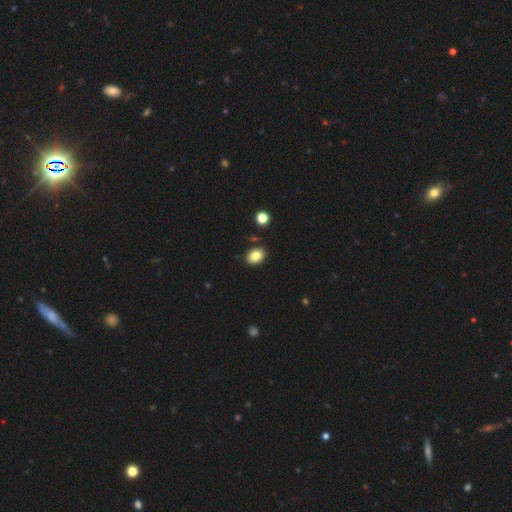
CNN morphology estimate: A smooth galaxy with no disk features (84%) that is in between round and cigar-shaped (67%).

Vote fractions:
- Smooth or featured? smooth: 84% / star or artifact: 9% / featured or disk: 7%
- How rounded? in between: 67% / round: 32% / cigar-shaped: 1%
- Merging? none: 86% / minor disturbance: 9% / merger: 3% / major disturbance: 2%